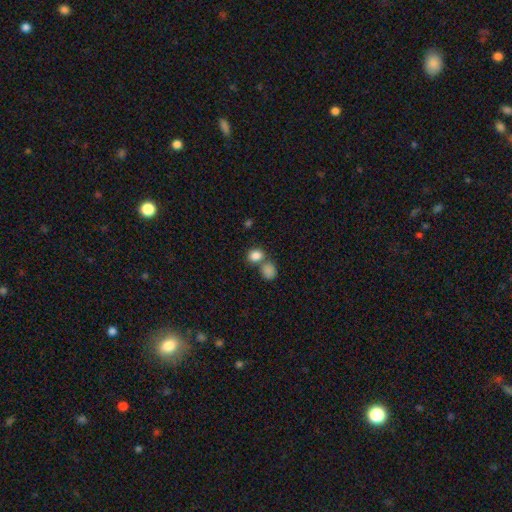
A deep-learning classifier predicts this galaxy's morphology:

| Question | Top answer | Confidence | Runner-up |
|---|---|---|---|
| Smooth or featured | smooth | 85% | star or artifact (10%) |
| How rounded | round | 56% | in between (43%) |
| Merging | none | 46% | merger (41%) |